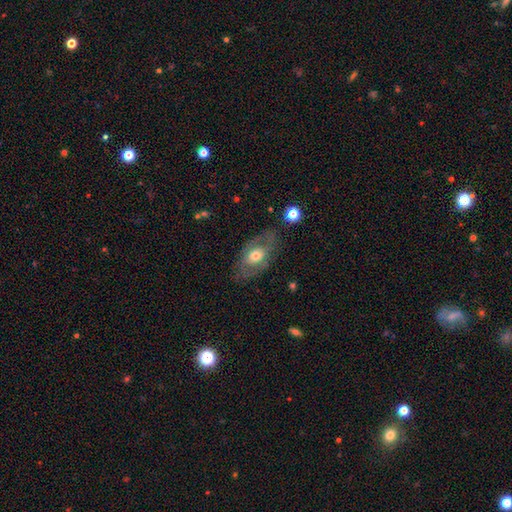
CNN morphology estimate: type=featured or disk (53%); edge-on=no (89%); merging=none (71%).